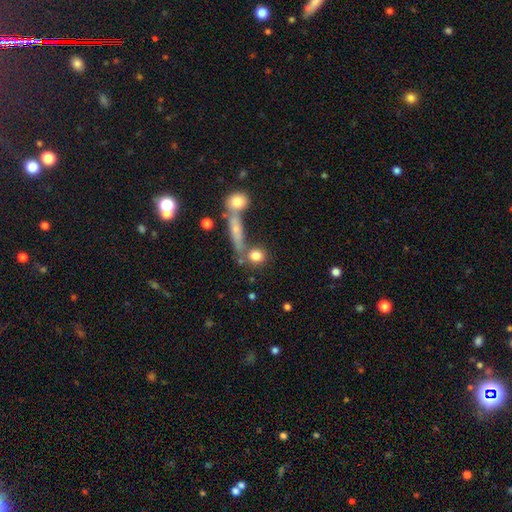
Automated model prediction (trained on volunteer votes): smooth-or-featured: smooth: 77% | featured or disk: 12% | star or artifact: 11%
  how-rounded: round: 72% | in between: 18% | cigar-shaped: 10%
  merging: none: 61% | merger: 23% | minor disturbance: 11% | major disturbance: 5%